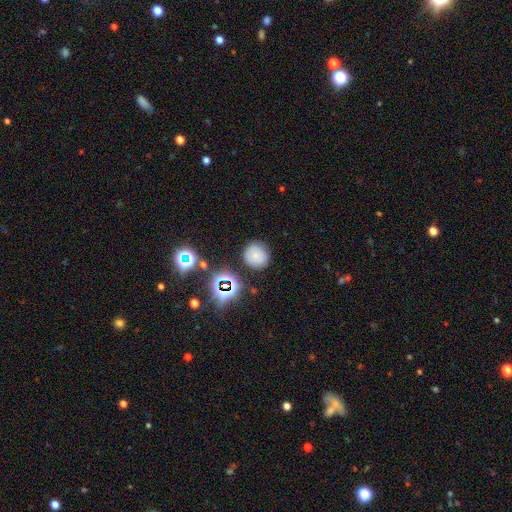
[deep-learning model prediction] A smooth galaxy with no disk features (69%) that is round (90%).

Vote fractions:
- Smooth or featured? smooth: 69% / star or artifact: 19% / featured or disk: 12%
- How rounded? round: 90% / in between: 9% / cigar-shaped: 1%
- Merging? none: 84% / minor disturbance: 11% / major disturbance: 3% / merger: 2%